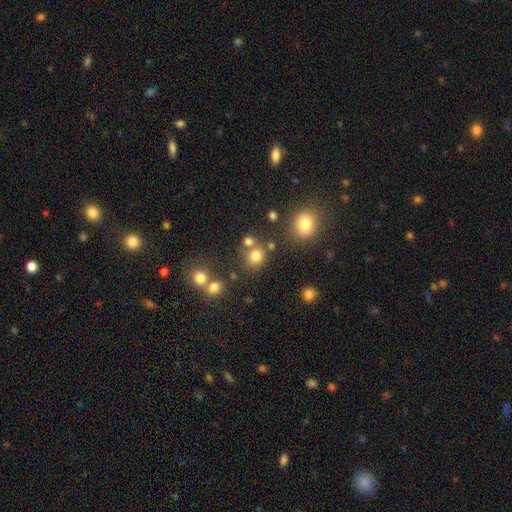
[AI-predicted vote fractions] smooth-or-featured: smooth: 76% | star or artifact: 16% | featured or disk: 7%
  how-rounded: round: 81% | in between: 18% | cigar-shaped: 1%
  merging: none: 68% | merger: 17% | minor disturbance: 10% | major disturbance: 5%